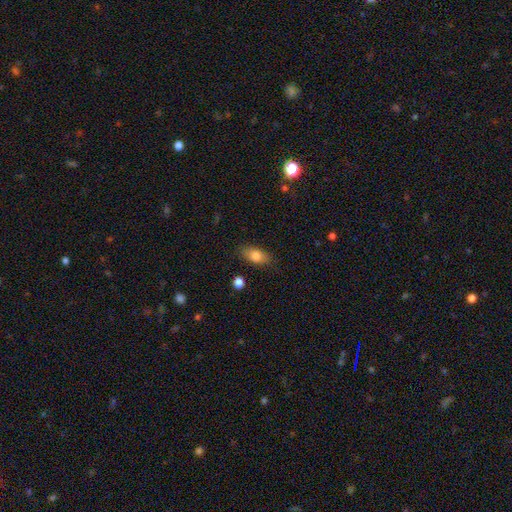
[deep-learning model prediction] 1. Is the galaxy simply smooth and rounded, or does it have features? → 82% smooth, 10% featured or disk, 8% star or artifact.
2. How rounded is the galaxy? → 86% in between, 7% cigar-shaped, 7% round.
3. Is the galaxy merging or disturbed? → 83% none, 12% minor disturbance, 3% major disturbance, 2% merger.